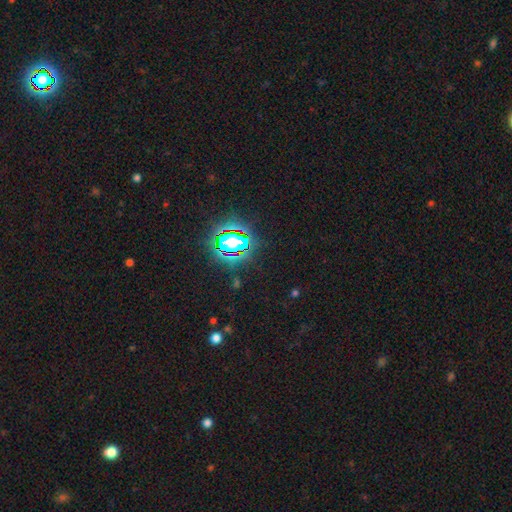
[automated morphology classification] Q: Smooth or featured?
A: star or artifact (79%); runner-up: smooth (13%)